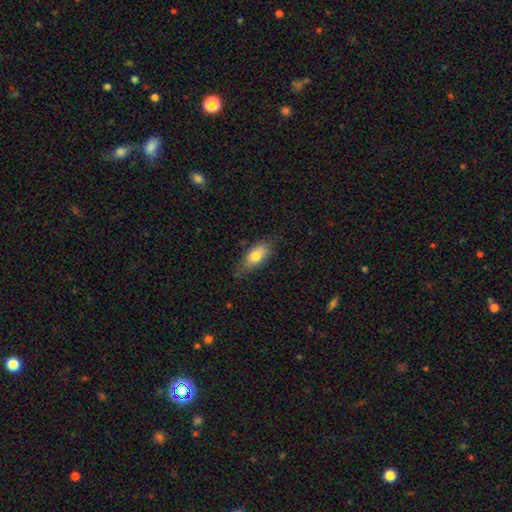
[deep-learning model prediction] smooth-or-featured: smooth: 76% | featured or disk: 17% | star or artifact: 7%
  how-rounded: in between: 80% | cigar-shaped: 16% | round: 3%
  merging: none: 66% | minor disturbance: 26% | major disturbance: 6% | merger: 2%